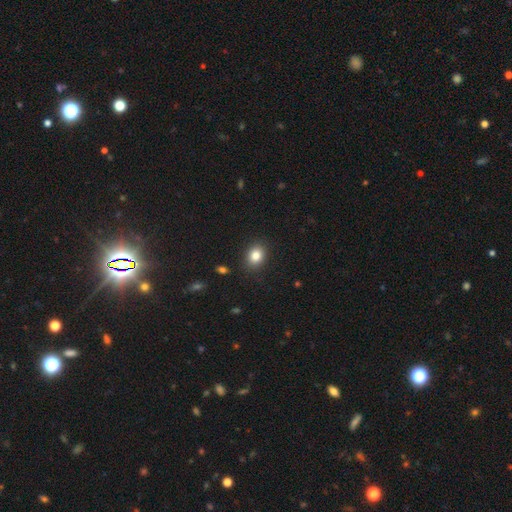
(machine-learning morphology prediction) Smooth or featured? smooth (84%)
How rounded? in between (58%)
Merging? none (87%)